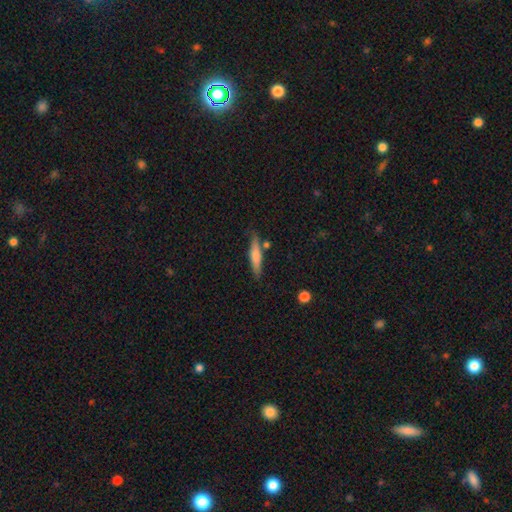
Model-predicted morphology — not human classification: The model was most divided on "smooth or featured": smooth: 63%, featured or disk: 31%, star or artifact: 6%. More confident: how rounded — cigar-shaped (85%); merging — none (78%).